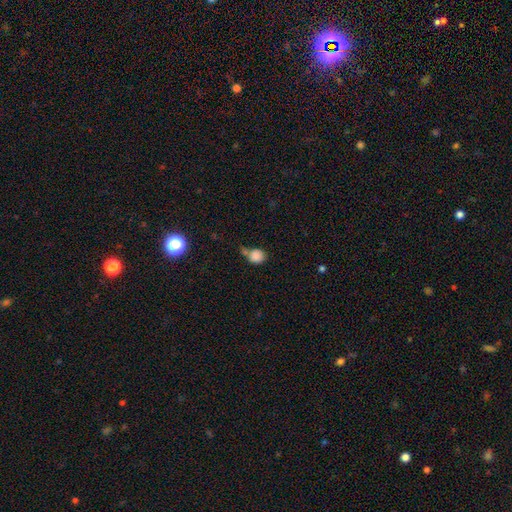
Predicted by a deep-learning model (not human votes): smooth_or_featured: smooth (p=0.84) [alt: star or artifact p=0.10]
how_rounded: round (p=0.74) [alt: in between p=0.25]
merging: none (p=0.45) [alt: merger p=0.27]